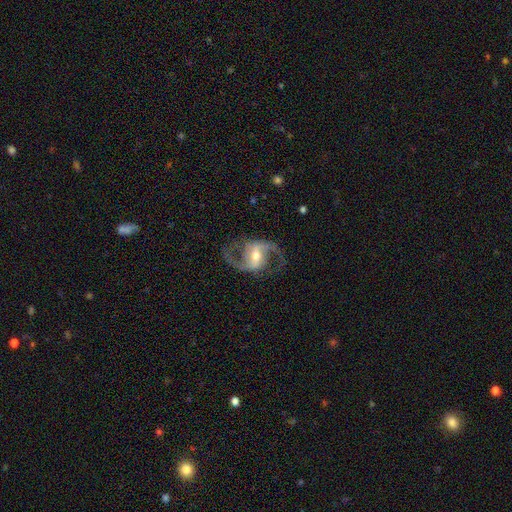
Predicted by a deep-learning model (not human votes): Morphology: type=featured or disk (92%); edge-on=no (98%); bar=weak (45%); spiral arms=yes (97%); winding=medium (51%); arm count=2 (94%); bulge=moderate (63%); merging=none (80%).